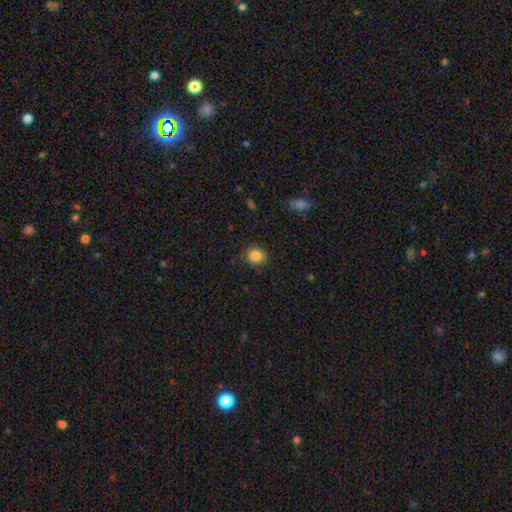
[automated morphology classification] The model was most divided on "how rounded": round: 86%, in between: 13%, cigar-shaped: 1%. More confident: merging — none (87%); smooth or featured — smooth (85%).